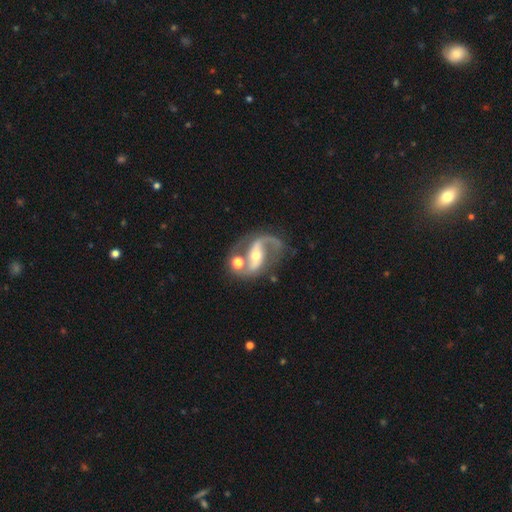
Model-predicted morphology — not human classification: smooth-or-featured: featured or disk: 89% | star or artifact: 6% | smooth: 5%
  disk-edge-on: no: 97% | yes: 3%
    bar: strong: 43% | weak: 32% | no: 25%
    has-spiral-arms: yes: 96% | no: 4%
      spiral-winding: medium: 50% | loose: 37% | tight: 12%
      spiral-arm-count: 2: 86% | 1: 9% | can't tell: 2% | 3: 1% | 4: 1% | more than 4: 1%
    bulge-size: moderate: 54% | small: 40% | large: 3% | none: 1% | dominant: 1%
  merging: none: 57% | minor disturbance: 16% | merger: 15% | major disturbance: 12%